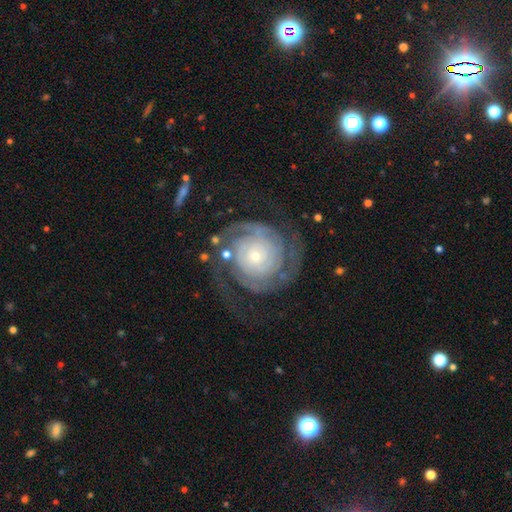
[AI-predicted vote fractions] Smooth or featured?
  - featured or disk: 89% *
  - smooth: 6%
  - star or artifact: 5%
Edge-on disk?
  - no: 98% *
  - yes: 2%
Bar?
  - no: 79% *
  - weak: 16%
  - strong: 5%
Spiral arms?
  - yes: 97% *
  - no: 3%
Spiral winding?
  - tight: 76% *
  - medium: 19%
  - loose: 5%
Spiral arm count?
  - 2: 67% *
  - can't tell: 11%
  - 3: 10%
  - 4: 4%
  - 1: 4%
  - more than 4: 4%
Bulge size?
  - small: 74% *
  - moderate: 20%
  - large: 3%
  - none: 2%
  - dominant: 1%
Merging?
  - none: 71% *
  - minor disturbance: 14%
  - major disturbance: 13%
  - merger: 3%